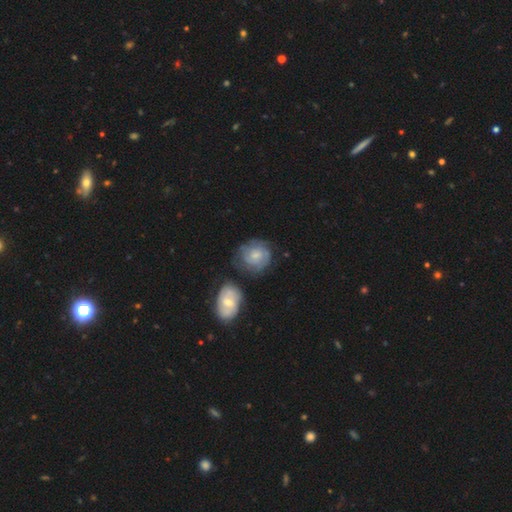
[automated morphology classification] Smooth or featured? featured or disk (52%)
Edge-on disk? no (97%)
Bar? no (67%)
Spiral arms? yes (80%)
Bulge size? small (50%)
Merging? none (60%)